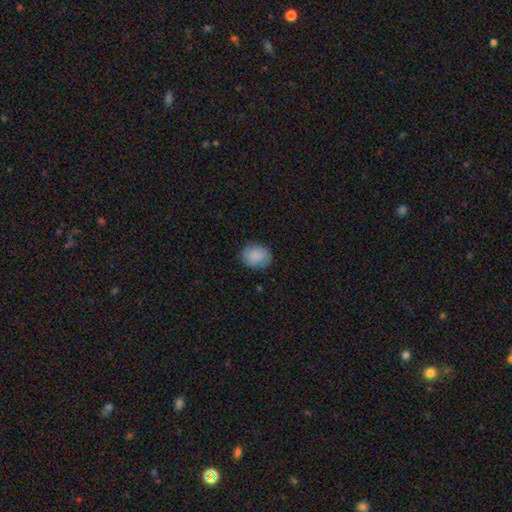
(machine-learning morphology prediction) This appears to be a smooth galaxy with no disk features (84%) that is round (61%). Merging: none (80%).